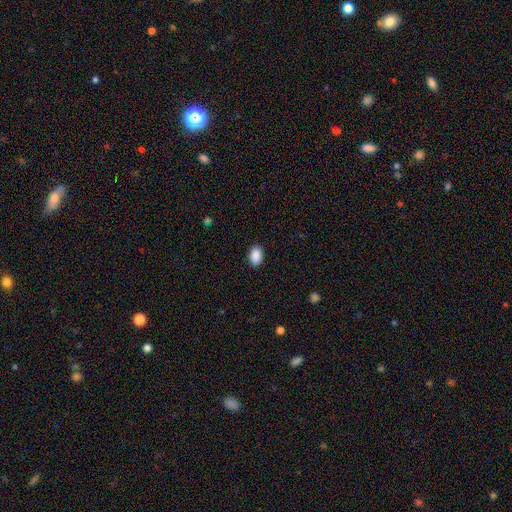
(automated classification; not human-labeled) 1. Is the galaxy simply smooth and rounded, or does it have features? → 90% smooth, 7% star or artifact, 3% featured or disk.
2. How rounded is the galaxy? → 89% in between, 10% round, 1% cigar-shaped.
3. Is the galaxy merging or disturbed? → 89% none, 8% minor disturbance, 2% major disturbance, 1% merger.